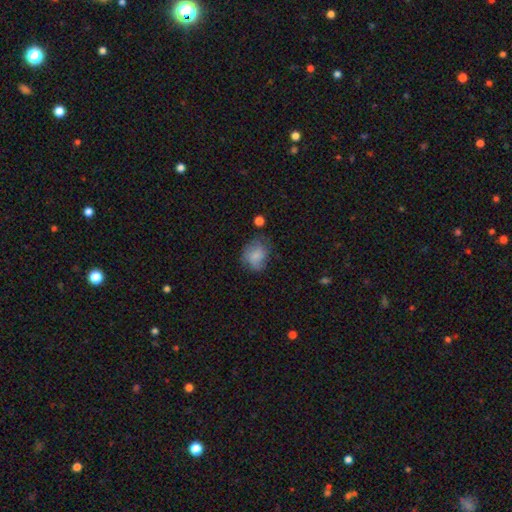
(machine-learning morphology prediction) Smooth or featured? Predicted: smooth (p=0.68). How rounded? Predicted: round (p=0.53). Merging? Predicted: none (p=0.54).